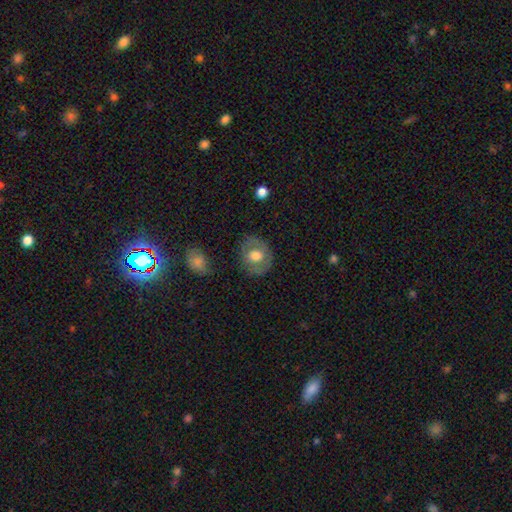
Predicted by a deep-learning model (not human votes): This appears to be a smooth galaxy with no disk features (59%) that is round (64%). Merging: none (79%).